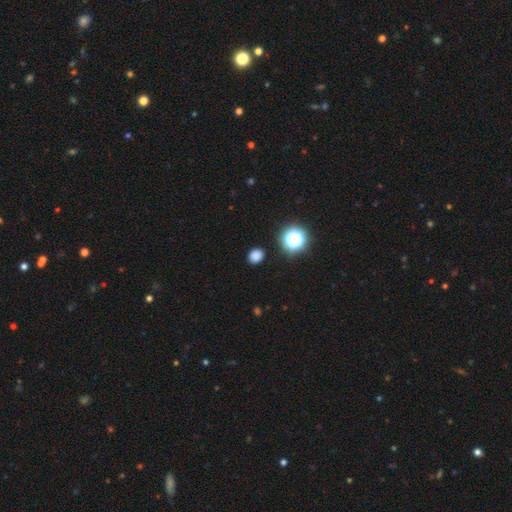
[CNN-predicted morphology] A smooth galaxy with no disk features (79%) that is round (69%). Merging: none (89%).